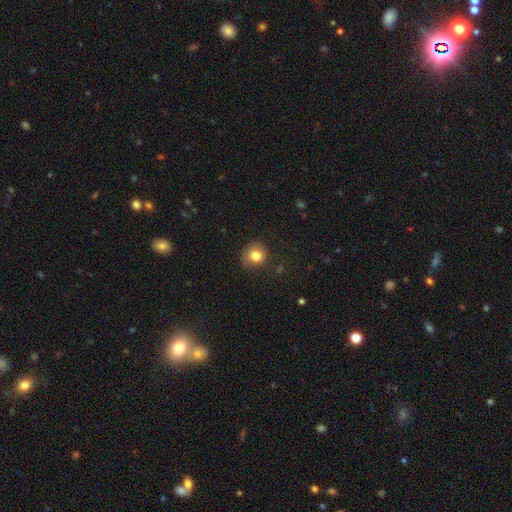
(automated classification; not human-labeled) Overall: smooth (81%). How rounded: round (82%). Merging: none (80%).